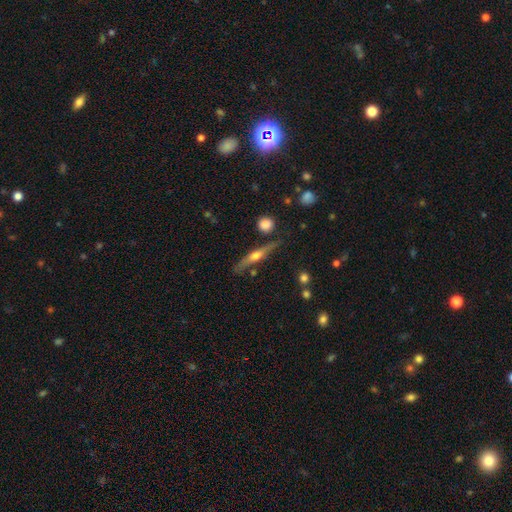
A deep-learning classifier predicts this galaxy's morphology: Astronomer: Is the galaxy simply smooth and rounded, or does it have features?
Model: featured or disk — 66%.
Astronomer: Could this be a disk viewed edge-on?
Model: yes — 95%.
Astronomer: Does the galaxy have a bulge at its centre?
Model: rounded — 88%.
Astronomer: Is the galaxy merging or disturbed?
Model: none — 80%.